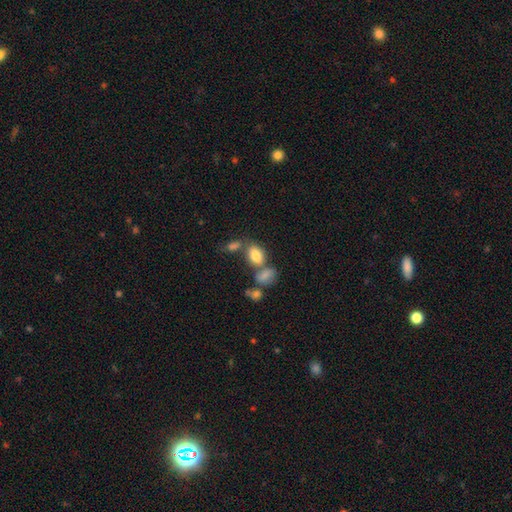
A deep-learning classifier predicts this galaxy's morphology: Smooth or featured? smooth (80%)
How rounded? in between (86%)
Merging? none (47%)